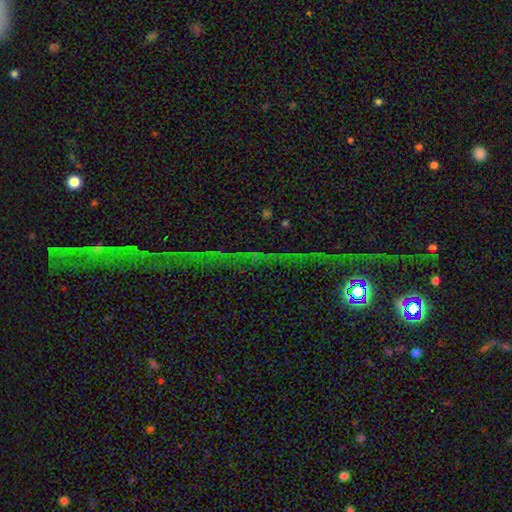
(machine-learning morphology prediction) type=star or artifact (73%).